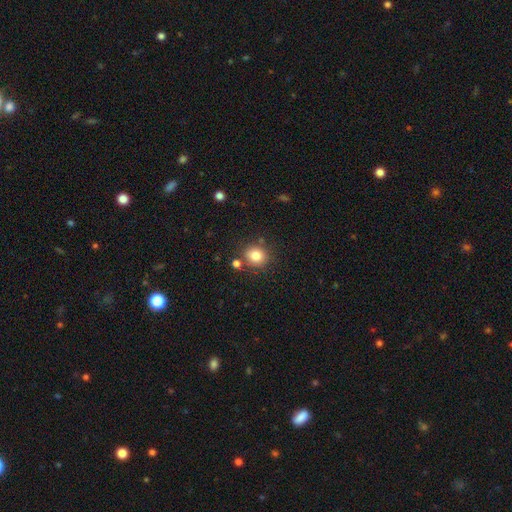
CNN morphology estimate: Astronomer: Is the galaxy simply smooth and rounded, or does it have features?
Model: smooth — 82%.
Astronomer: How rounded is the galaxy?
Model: round — 78%.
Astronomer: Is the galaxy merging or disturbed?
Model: none — 77%.